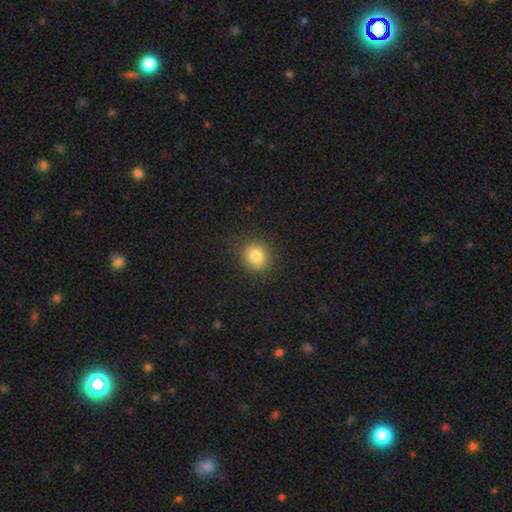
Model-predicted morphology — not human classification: smooth-or-featured: smooth: 80% | star or artifact: 12% | featured or disk: 8%
  how-rounded: round: 83% | in between: 16% | cigar-shaped: 1%
  merging: none: 80% | minor disturbance: 13% | major disturbance: 4% | merger: 2%